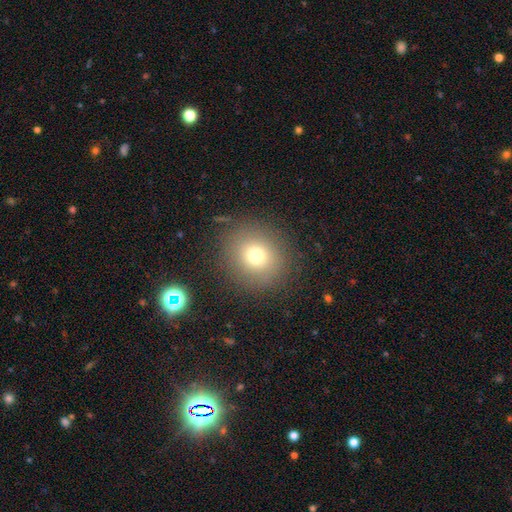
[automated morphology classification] Smooth or featured? Predicted: smooth (p=0.73). How rounded? Predicted: round (p=0.88). Merging? Predicted: none (p=0.86).